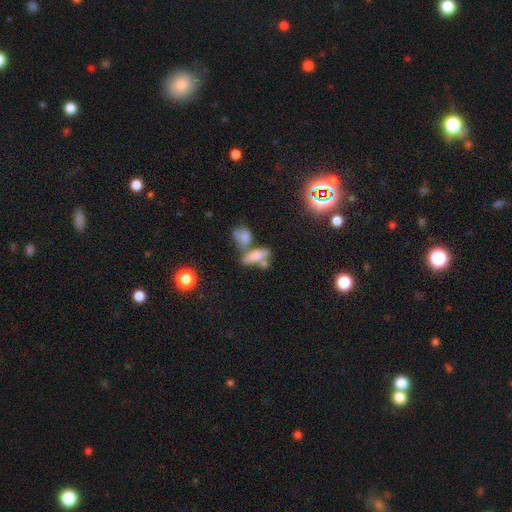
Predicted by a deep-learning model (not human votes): A smooth galaxy with no disk features (48%). Merging: none (41%).